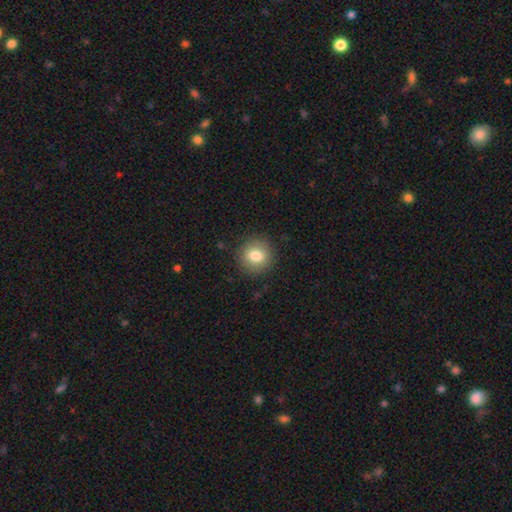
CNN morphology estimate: smooth-or-featured: smooth: 80% | featured or disk: 11% | star or artifact: 9%
  how-rounded: round: 88% | in between: 11% | cigar-shaped: 1%
  merging: none: 87% | minor disturbance: 9% | major disturbance: 3% | merger: 1%